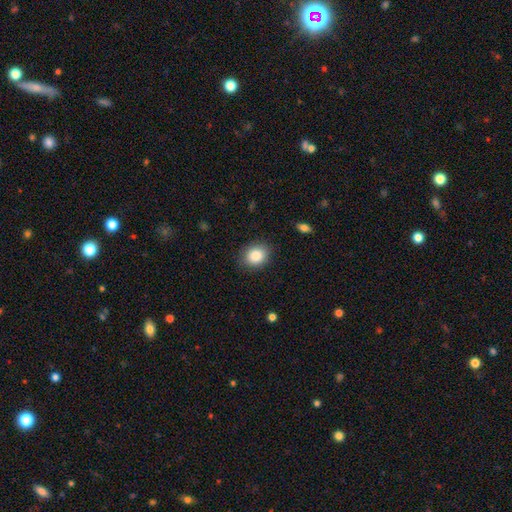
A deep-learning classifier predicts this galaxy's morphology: Smooth or featured: smooth — 86% (star or artifact — 8%)
How rounded: round — 51% (in between — 48%)
Merging: none — 86% (minor disturbance — 10%)